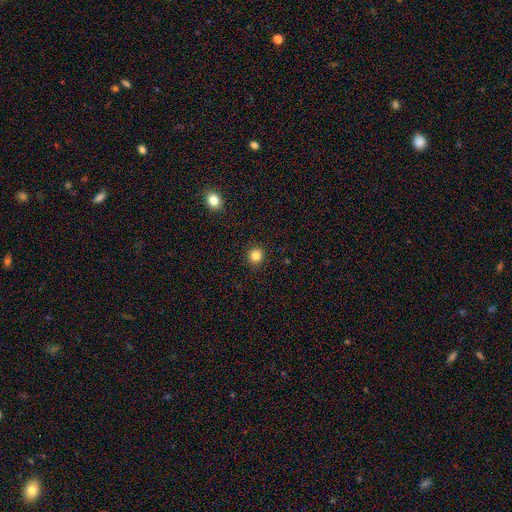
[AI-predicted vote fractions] Smooth or featured?
  - smooth: 83% *
  - star or artifact: 12%
  - featured or disk: 4%
How rounded?
  - round: 92% *
  - in between: 7%
  - cigar-shaped: 1%
Merging?
  - none: 92% *
  - minor disturbance: 5%
  - major disturbance: 2%
  - merger: 1%